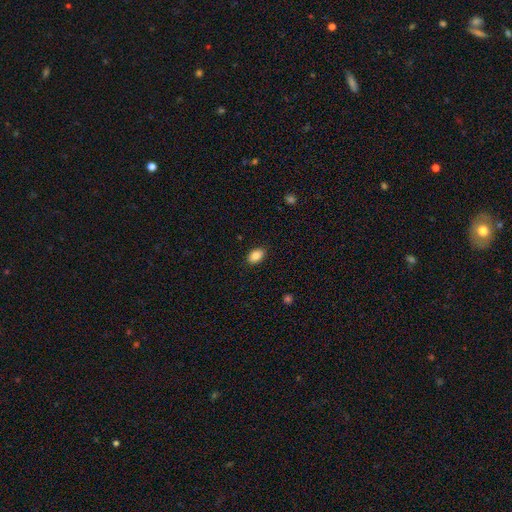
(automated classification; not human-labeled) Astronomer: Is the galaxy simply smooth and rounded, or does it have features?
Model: smooth — 86%.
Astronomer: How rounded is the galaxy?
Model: in between — 87%.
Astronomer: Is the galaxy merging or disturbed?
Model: none — 88%.